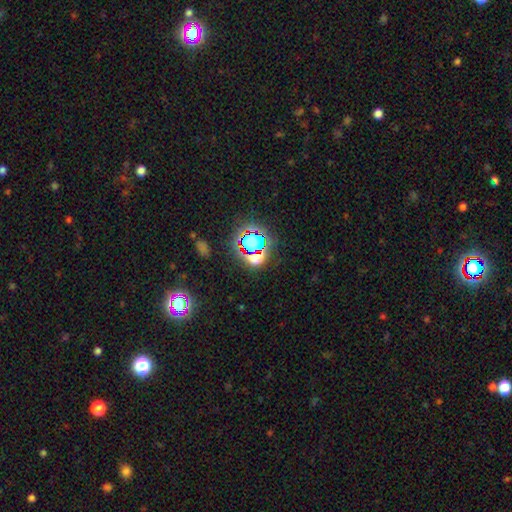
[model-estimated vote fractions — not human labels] Q: Smooth or featured?
A: star or artifact (61%); runner-up: smooth (28%)